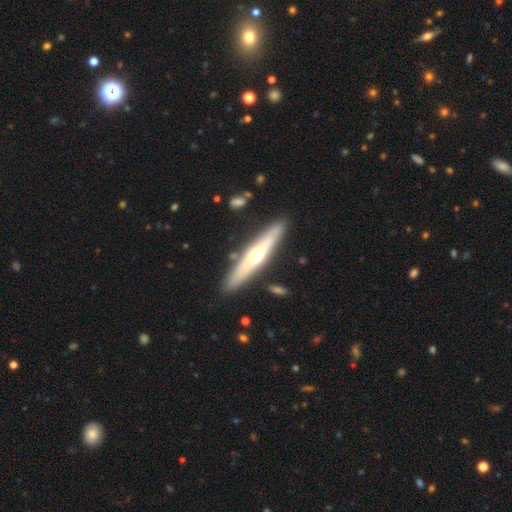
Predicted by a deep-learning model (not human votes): Smooth or featured? featured or disk (54%)
Edge-on disk? yes (89%)
Merging? none (87%)